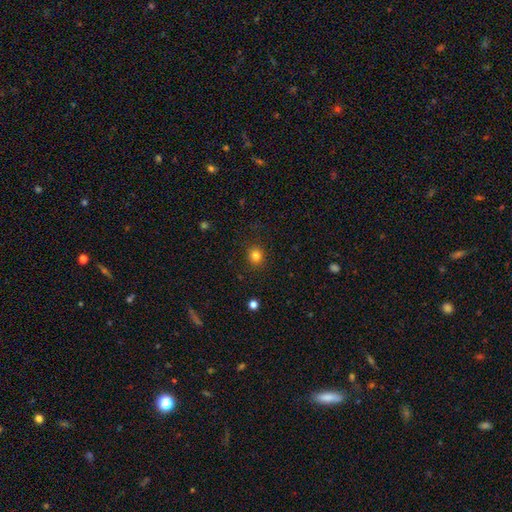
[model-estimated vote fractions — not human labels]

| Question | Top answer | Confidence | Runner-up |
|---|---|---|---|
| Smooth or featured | smooth | 83% | star or artifact (12%) |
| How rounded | round | 83% | in between (16%) |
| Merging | none | 89% | minor disturbance (7%) |